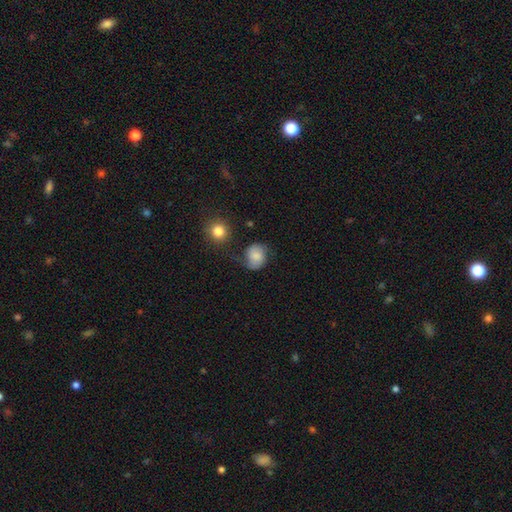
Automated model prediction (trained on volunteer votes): Overall: smooth (72%). How rounded: round (64%; in between 35%). Merging: none (56%; minor disturbance 27%).